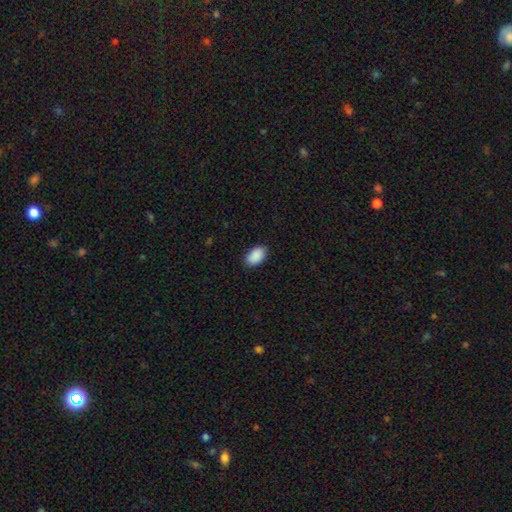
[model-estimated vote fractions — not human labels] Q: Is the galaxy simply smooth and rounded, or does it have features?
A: smooth — 91%.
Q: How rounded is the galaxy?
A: in between — 93%.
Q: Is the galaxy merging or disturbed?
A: none — 88%.